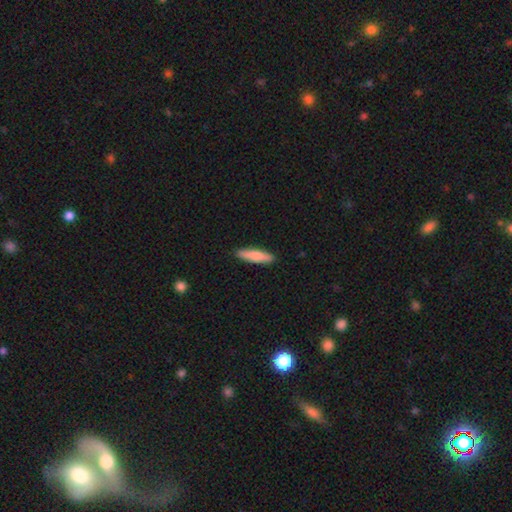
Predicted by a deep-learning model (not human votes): Q: Smooth or featured?
A: smooth (76%); runner-up: featured or disk (18%)
Q: How rounded?
A: cigar-shaped (74%); runner-up: in between (24%)
Q: Merging?
A: none (90%); runner-up: minor disturbance (8%)